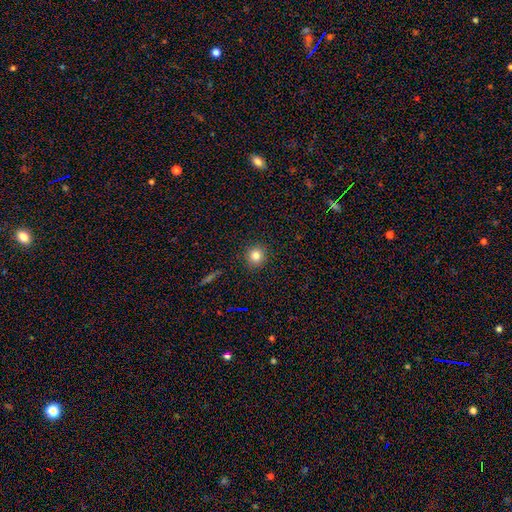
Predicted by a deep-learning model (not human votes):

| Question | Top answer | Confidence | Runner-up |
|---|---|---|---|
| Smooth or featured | smooth | 81% | star or artifact (12%) |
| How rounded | round | 92% | in between (7%) |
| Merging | none | 91% | minor disturbance (6%) |